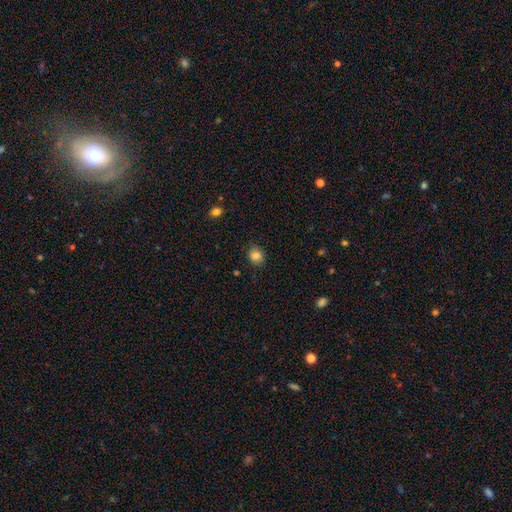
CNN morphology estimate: This appears to be a smooth galaxy with no disk features (84%) that is round (64%). Merging: none (84%).